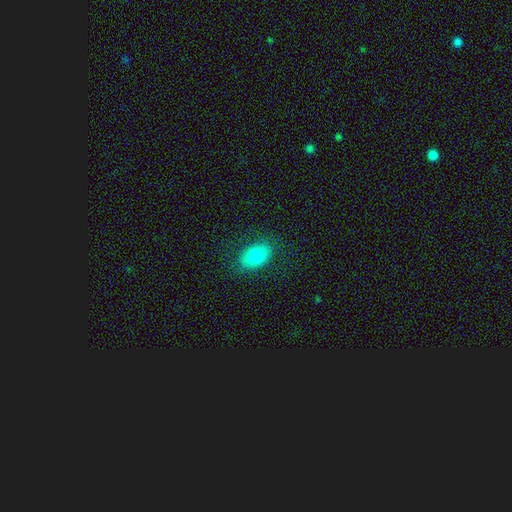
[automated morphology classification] Q: Smooth or featured?
A: smooth (79%); runner-up: featured or disk (13%)
Q: How rounded?
A: in between (87%); runner-up: round (12%)
Q: Merging?
A: none (83%); runner-up: minor disturbance (12%)